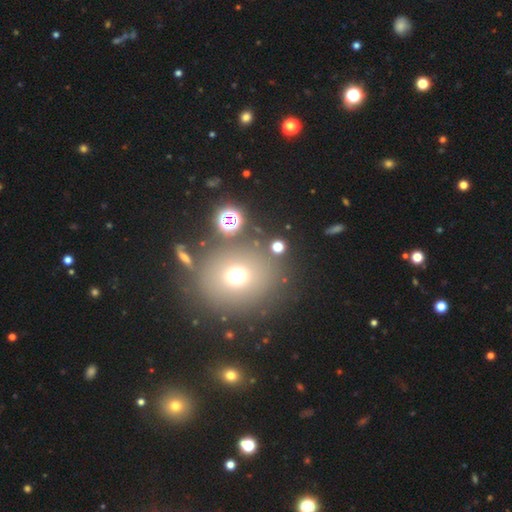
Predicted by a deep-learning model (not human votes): A smooth galaxy with no disk features (47%).

Vote fractions:
- Smooth or featured? smooth: 47% / star or artifact: 36% / featured or disk: 17%
- Merging? none: 81% / minor disturbance: 9% / merger: 6% / major disturbance: 4%